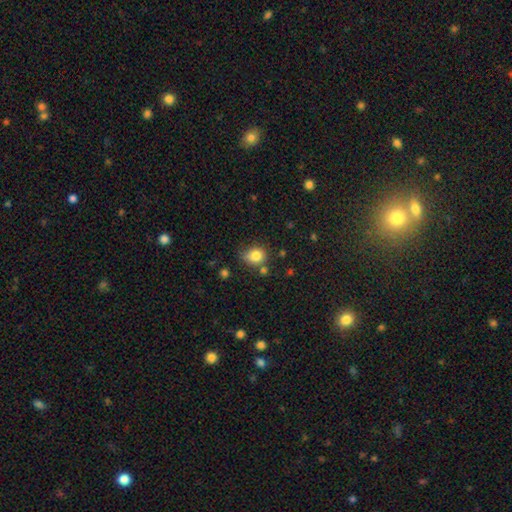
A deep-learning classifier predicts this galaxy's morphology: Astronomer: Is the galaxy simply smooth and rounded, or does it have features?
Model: smooth — 82%.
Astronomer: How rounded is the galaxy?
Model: round — 61% (runner-up: in between, 38%).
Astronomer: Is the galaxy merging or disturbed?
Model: none — 61%.